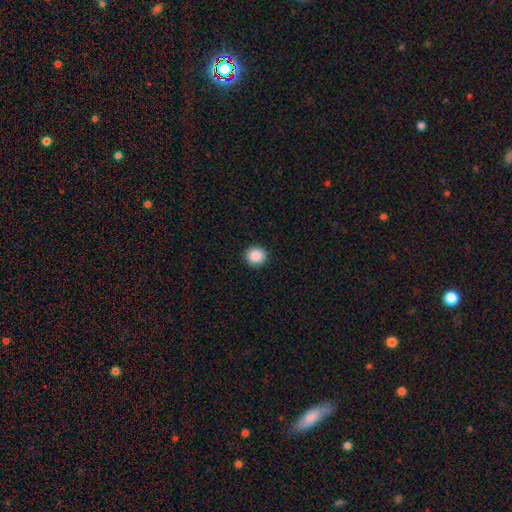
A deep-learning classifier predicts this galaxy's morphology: Q: Smooth or featured?
A: smooth (88%); runner-up: star or artifact (9%)
Q: How rounded?
A: round (91%); runner-up: in between (8%)
Q: Merging?
A: none (92%); runner-up: minor disturbance (5%)